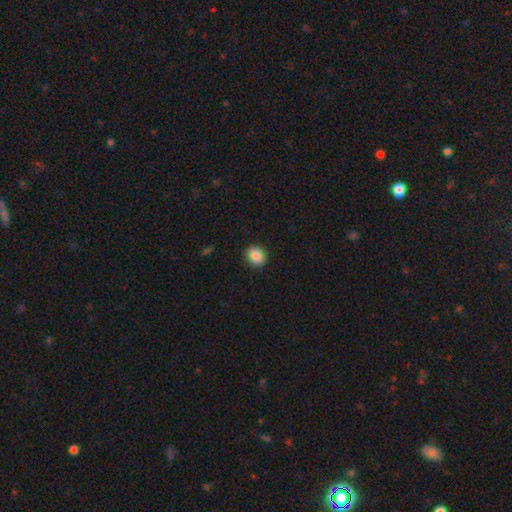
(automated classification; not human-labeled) The model was most divided on "how rounded": round: 76%, in between: 23%, cigar-shaped: 1%. More confident: merging — none (89%); smooth or featured — smooth (87%).